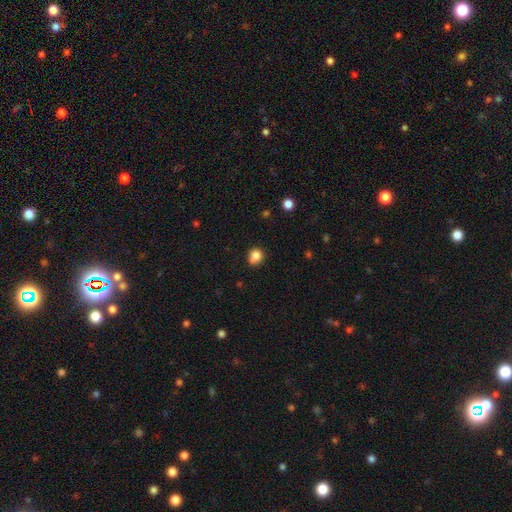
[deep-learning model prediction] This is clearly a smooth galaxy (83%). How rounded: likely round (75%). Merging: likely none (68%).